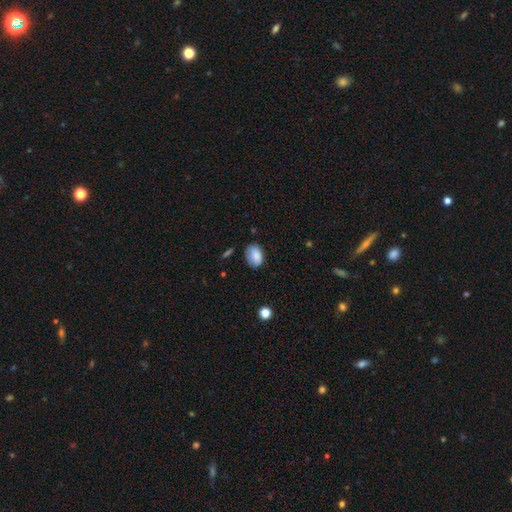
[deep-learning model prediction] This is clearly a smooth galaxy (85%). How rounded: clearly in between (83%). Merging: likely none (69%).